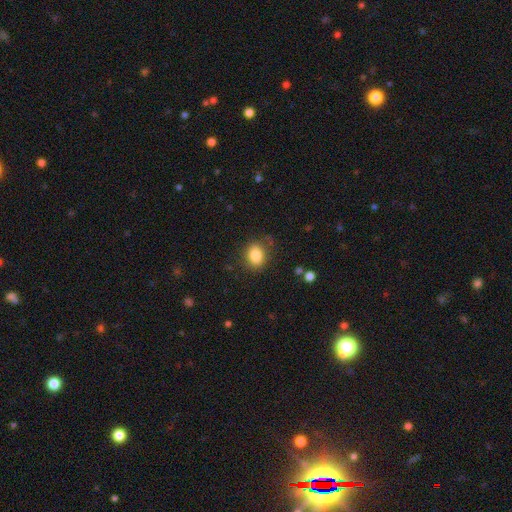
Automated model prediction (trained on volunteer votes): This appears to be a smooth galaxy with no disk features (85%) that is in between round and cigar-shaped (57%). Merging: none (77%).